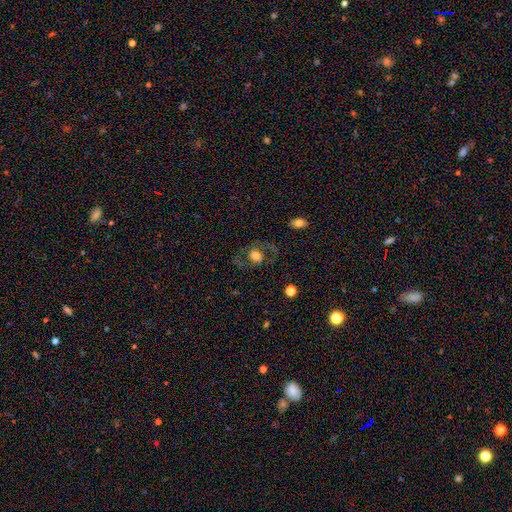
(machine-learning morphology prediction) type=featured or disk (52%); edge-on=no (95%); merging=none (66%).